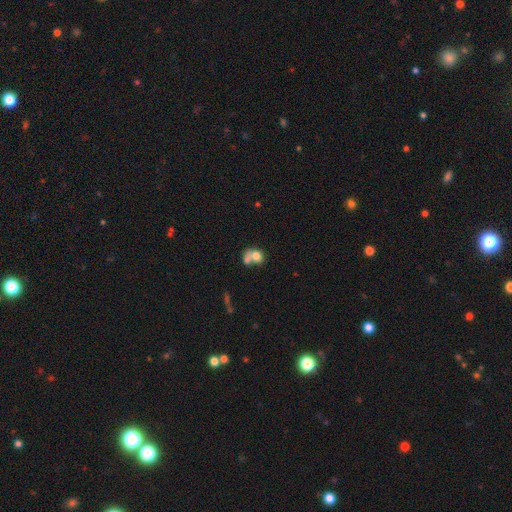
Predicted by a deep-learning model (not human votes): smooth 70%, featured or disk 20%, star or artifact 10%. Down the decision tree: how rounded — in between (53%); merging — merger (60%).